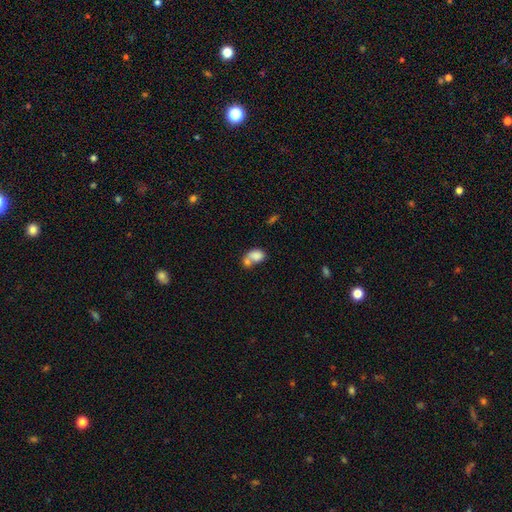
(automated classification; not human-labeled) A smooth galaxy with no disk features (80%) that is in between round and cigar-shaped (73%).

Vote fractions:
- Smooth or featured? smooth: 80% / featured or disk: 12% / star or artifact: 9%
- How rounded? in between: 73% / round: 26% / cigar-shaped: 1%
- Merging? merger: 59% / none: 25% / minor disturbance: 10% / major disturbance: 6%